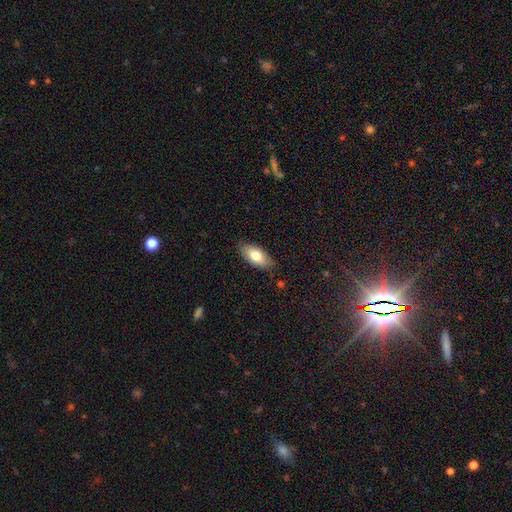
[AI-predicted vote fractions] A smooth galaxy with no disk features (75%) that is in between round and cigar-shaped (87%). Merging: none (85%).